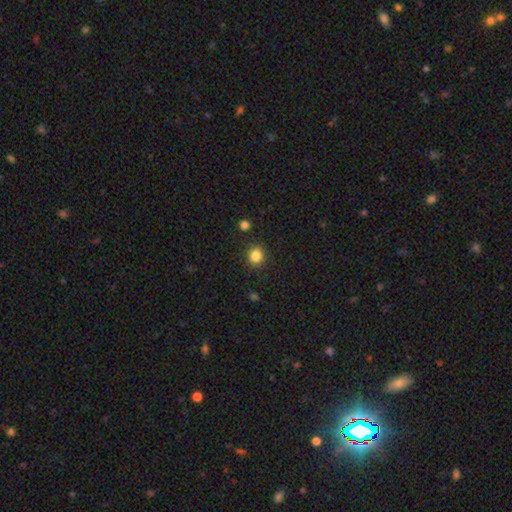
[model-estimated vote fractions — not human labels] Overall: smooth (85%). How rounded: round (79%). Merging: none (89%).